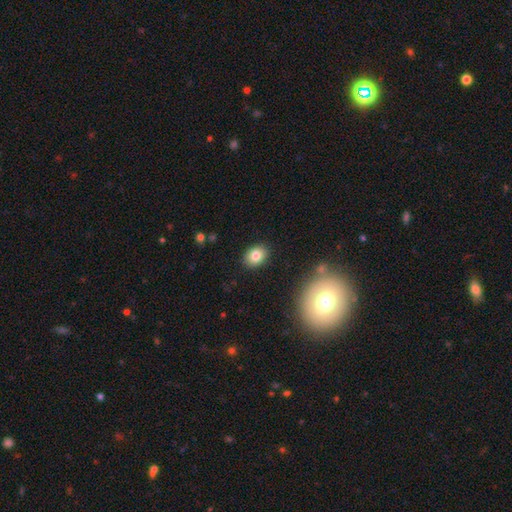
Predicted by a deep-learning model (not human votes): A smooth galaxy with no disk features (81%) that is in between round and cigar-shaped (66%).

Vote fractions:
- Smooth or featured? smooth: 81% / star or artifact: 10% / featured or disk: 9%
- How rounded? in between: 66% / round: 33% / cigar-shaped: 1%
- Merging? none: 89% / minor disturbance: 8% / major disturbance: 2% / merger: 1%